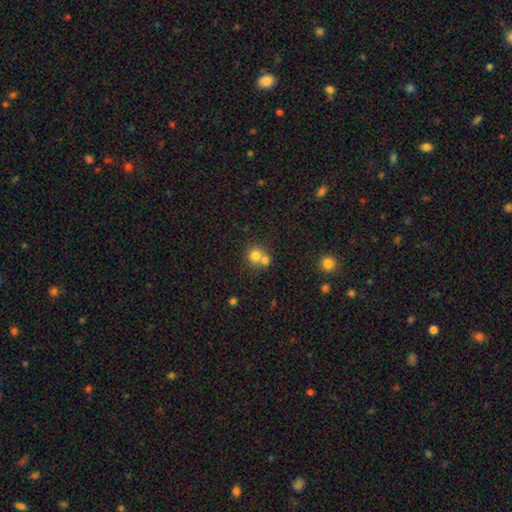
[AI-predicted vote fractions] This appears to be a smooth galaxy with no disk features (76%) that is round (86%). Merging: merger (51%).